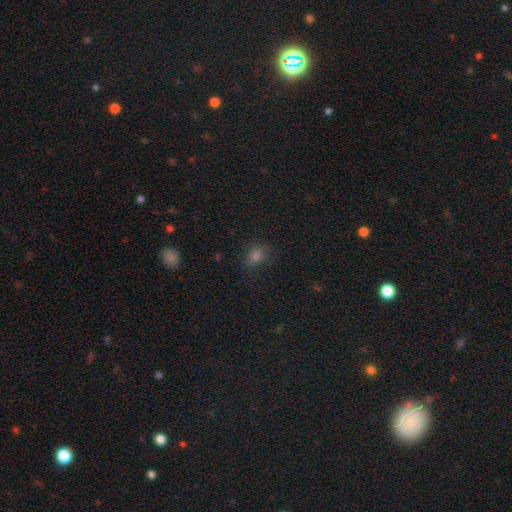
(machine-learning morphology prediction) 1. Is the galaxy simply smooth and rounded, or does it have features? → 70% smooth, 23% star or artifact, 7% featured or disk.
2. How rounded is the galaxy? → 55% in between, 43% round, 2% cigar-shaped.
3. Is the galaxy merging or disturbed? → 68% none, 21% minor disturbance, 8% major disturbance, 2% merger.